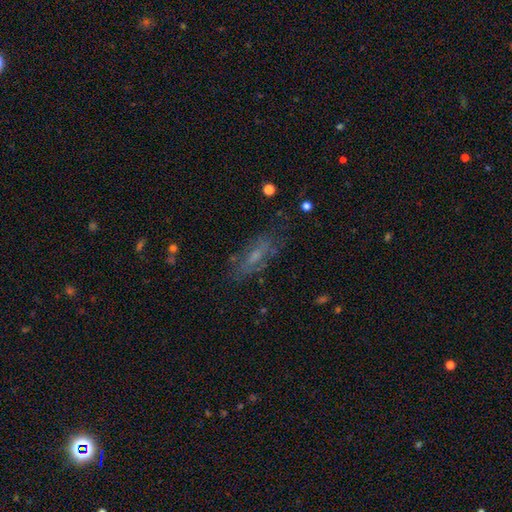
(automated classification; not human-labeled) smooth_or_featured: featured or disk (p=0.49) [alt: smooth p=0.37]
merging: none (p=0.67) [alt: minor disturbance p=0.20]